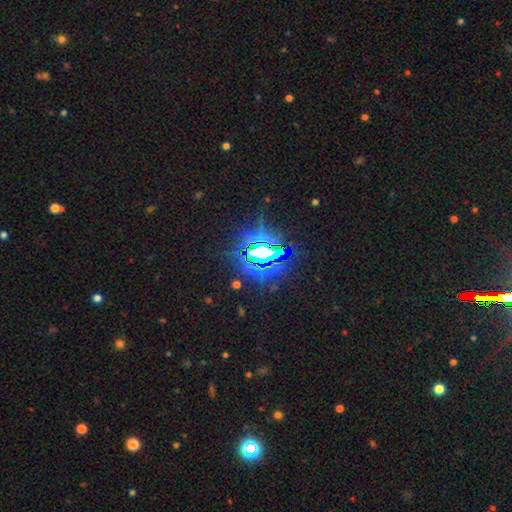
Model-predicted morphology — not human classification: Smooth or featured: star or artifact — 81% (smooth — 10%)